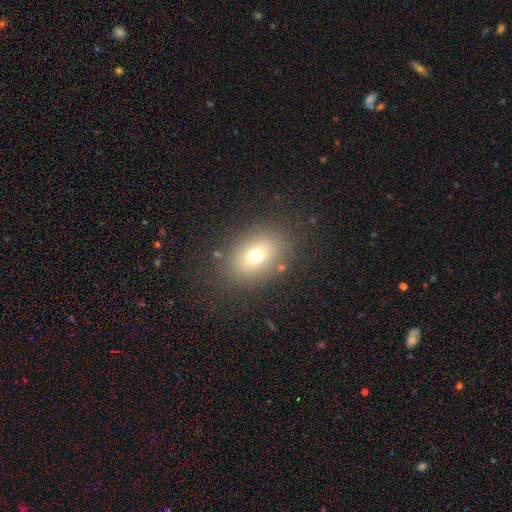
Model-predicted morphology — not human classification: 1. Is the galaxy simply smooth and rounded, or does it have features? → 71% smooth, 15% featured or disk, 14% star or artifact.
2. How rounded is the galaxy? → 74% in between, 24% round, 2% cigar-shaped.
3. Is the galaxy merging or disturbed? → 83% none, 10% minor disturbance, 5% major disturbance, 2% merger.